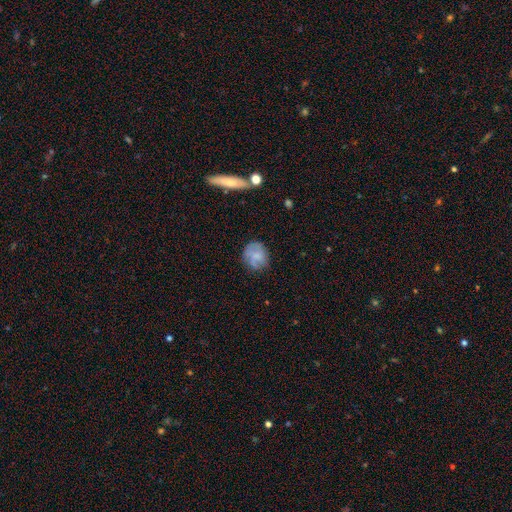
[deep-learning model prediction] Smooth or featured? smooth (61%)
How rounded? round (73%)
Merging? none (67%)